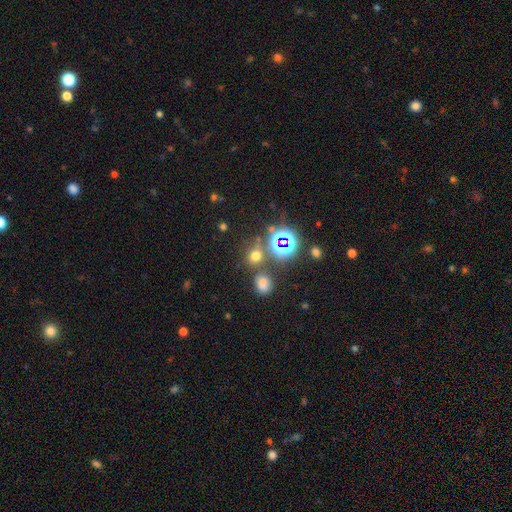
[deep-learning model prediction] The model was most divided on "smooth or featured": smooth: 58%, star or artifact: 35%, featured or disk: 8%. More confident: how rounded — round (75%); merging — none (70%).